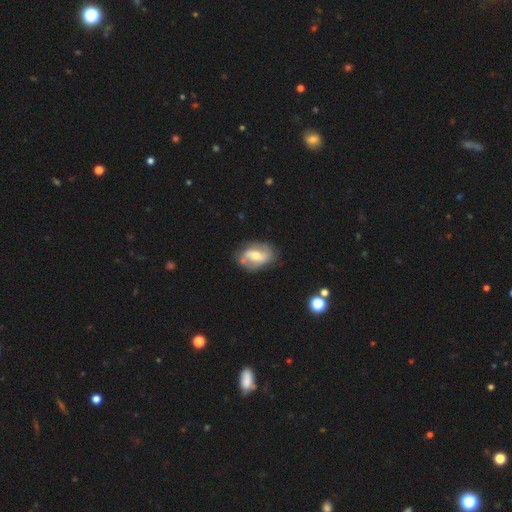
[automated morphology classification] This is likely a featured or disk galaxy (60%). It is clearly not viewed edge-on (95%). Bar: marginally weak (42%). Spiral arm pattern: likely yes (72%). Central bulge: likely moderate (62%). Merging: likely none (68%).